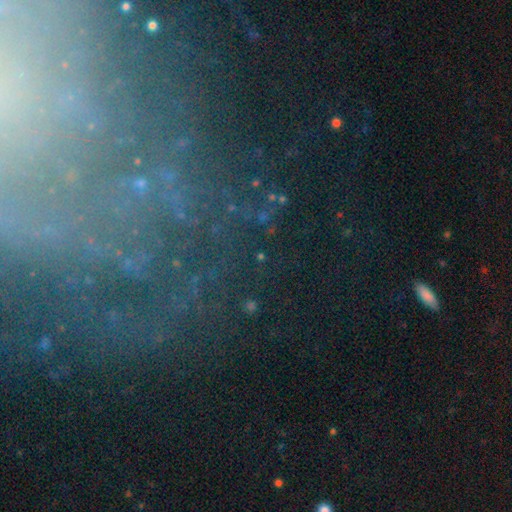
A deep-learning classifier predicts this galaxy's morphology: Smooth or featured: featured or disk — 43% (star or artifact — 40%)
Merging: none — 70% (minor disturbance — 13%)